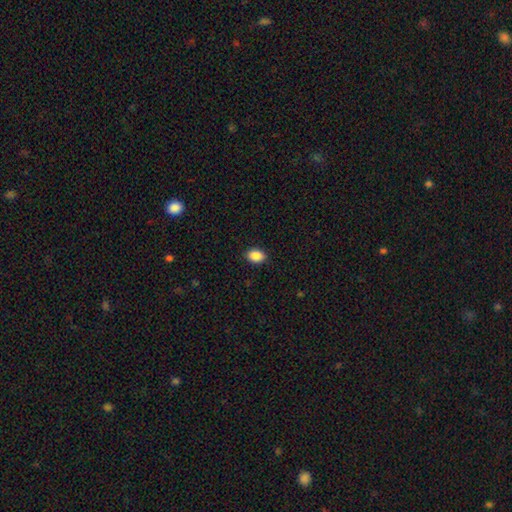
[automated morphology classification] Smooth or featured? Predicted: smooth (p=0.89). How rounded? Predicted: in between (p=0.81). Merging? Predicted: none (p=0.90).